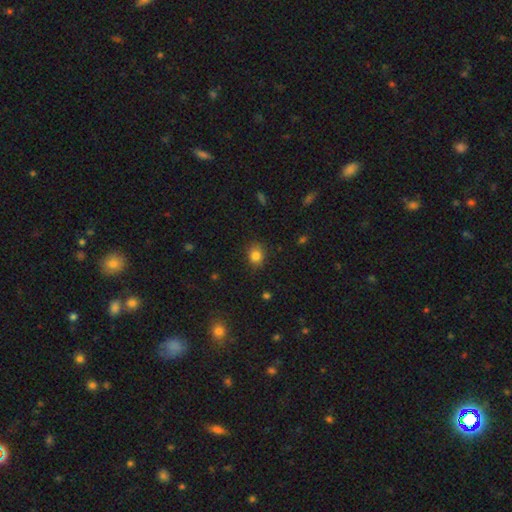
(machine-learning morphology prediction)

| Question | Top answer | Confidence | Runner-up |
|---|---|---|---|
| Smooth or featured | smooth | 82% | star or artifact (11%) |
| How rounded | round | 63% | in between (36%) |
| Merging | none | 83% | minor disturbance (13%) |